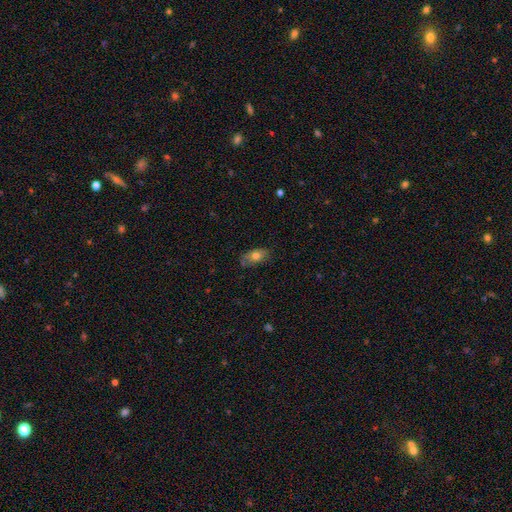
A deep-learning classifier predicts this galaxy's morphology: Overall: smooth (74%). How rounded: in between (87%). Merging: none (73%).